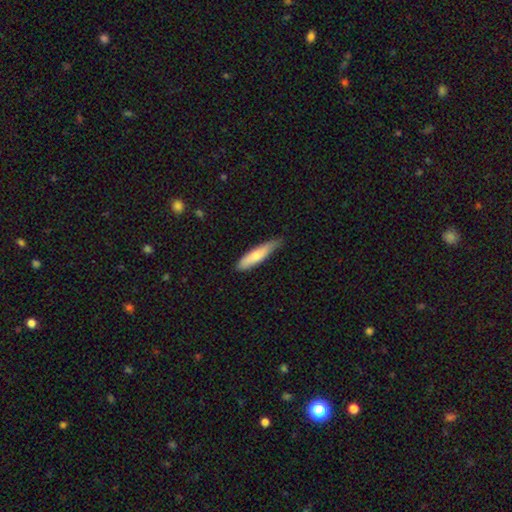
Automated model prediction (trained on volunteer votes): Q: Smooth or featured?
A: smooth (73%); runner-up: featured or disk (22%)
Q: How rounded?
A: cigar-shaped (75%); runner-up: in between (24%)
Q: Merging?
A: none (67%); runner-up: minor disturbance (28%)